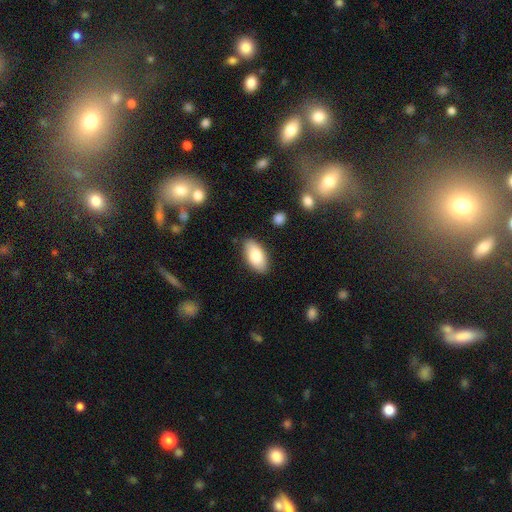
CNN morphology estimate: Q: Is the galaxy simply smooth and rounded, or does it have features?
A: smooth — 84%.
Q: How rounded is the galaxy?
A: in between — 93%.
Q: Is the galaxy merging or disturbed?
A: none — 84%.